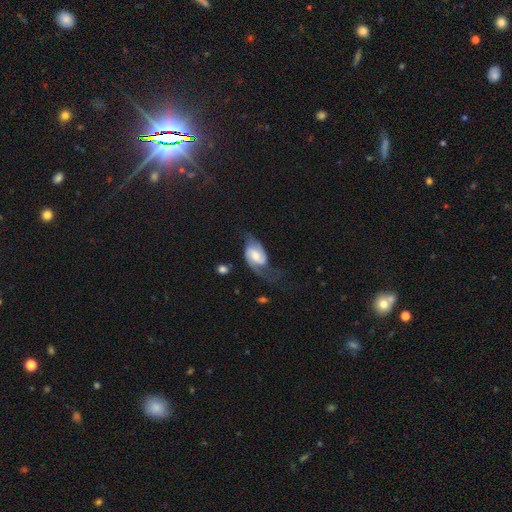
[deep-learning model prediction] featured or disk 73%, smooth 21%, star or artifact 6%. Down the decision tree: edge-on disk — no (96%); bar — weak (47%); spiral arms — yes (92%); spiral arm count — 2 (85%); spiral winding — medium (43%); bulge size — moderate (50%); merging — none (45%).